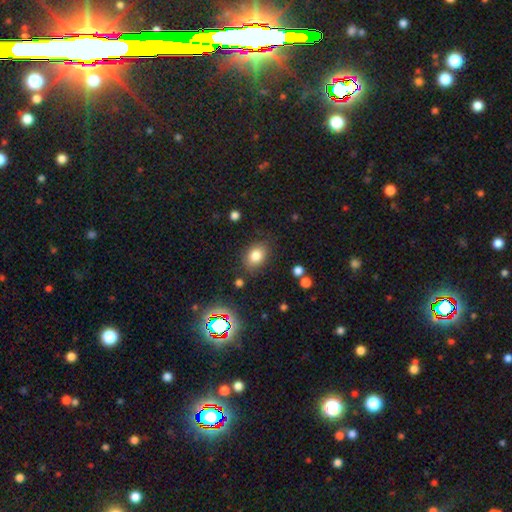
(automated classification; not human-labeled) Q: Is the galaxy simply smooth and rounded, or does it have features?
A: smooth — 80%.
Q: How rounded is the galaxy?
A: in between — 66%.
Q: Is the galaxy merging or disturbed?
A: none — 80%.